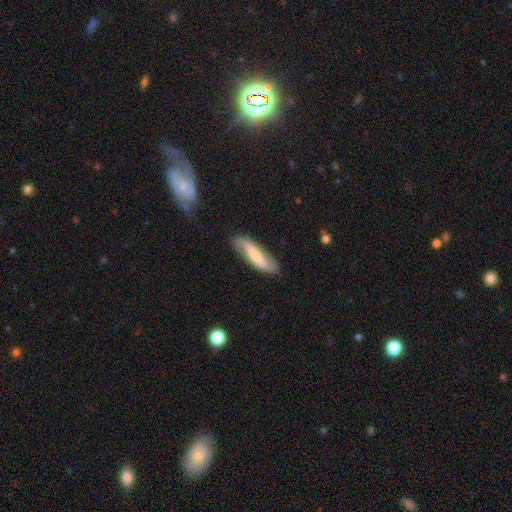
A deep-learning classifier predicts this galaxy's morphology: Smooth or featured: featured or disk — 55% (smooth — 39%)
Edge-on disk: no — 74% (yes — 26%)
Merging: none — 81% (minor disturbance — 14%)